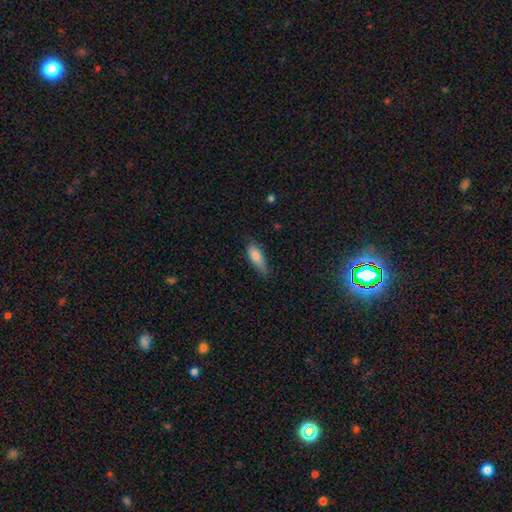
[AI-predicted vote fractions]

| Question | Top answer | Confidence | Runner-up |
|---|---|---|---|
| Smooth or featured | smooth | 80% | featured or disk (13%) |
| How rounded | in between | 63% | cigar-shaped (35%) |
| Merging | none | 64% | minor disturbance (29%) |